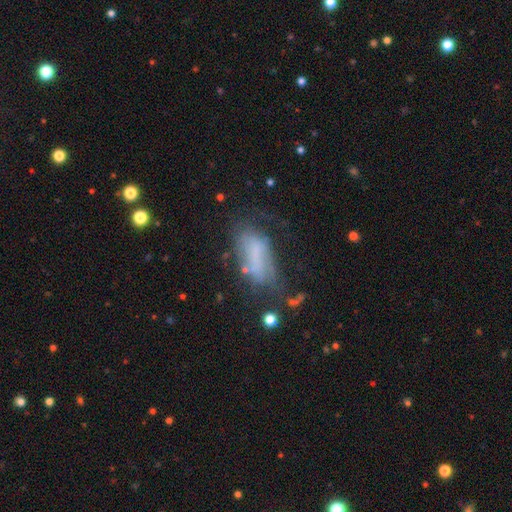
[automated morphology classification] The model was most divided on "merging": none: 33%, major disturbance: 32%, minor disturbance: 27%, merger: 8%. Remaining: smooth or featured — smooth (48%).